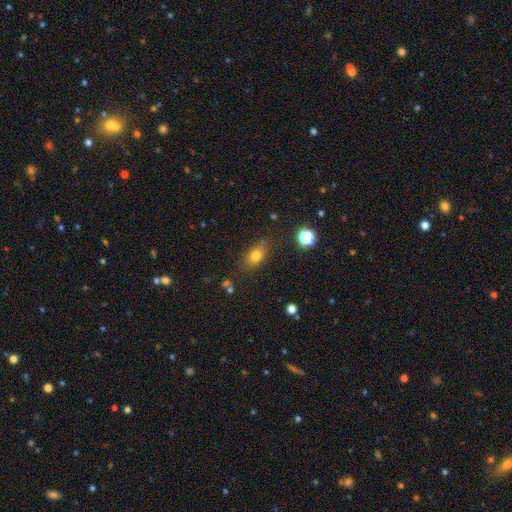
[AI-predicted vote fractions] This appears to be a smooth galaxy with no disk features (76%) that is in between round and cigar-shaped (69%). Merging: none (74%).